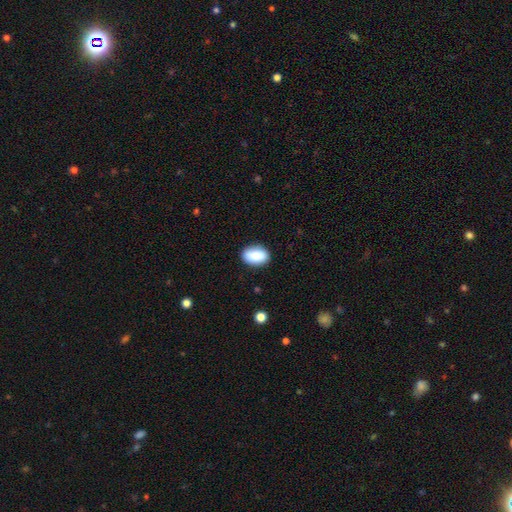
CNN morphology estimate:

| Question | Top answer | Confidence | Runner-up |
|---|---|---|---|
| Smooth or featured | smooth | 88% | star or artifact (7%) |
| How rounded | in between | 89% | round (9%) |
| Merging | none | 86% | minor disturbance (11%) |